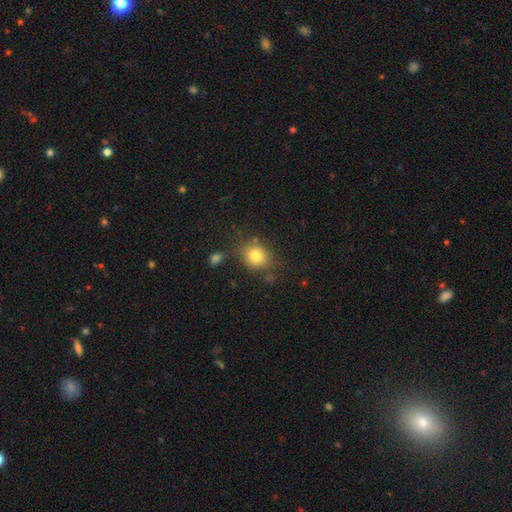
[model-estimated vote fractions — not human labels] Q: Smooth or featured?
A: smooth (80%); runner-up: star or artifact (11%)
Q: How rounded?
A: round (72%); runner-up: in between (27%)
Q: Merging?
A: none (74%); runner-up: minor disturbance (15%)